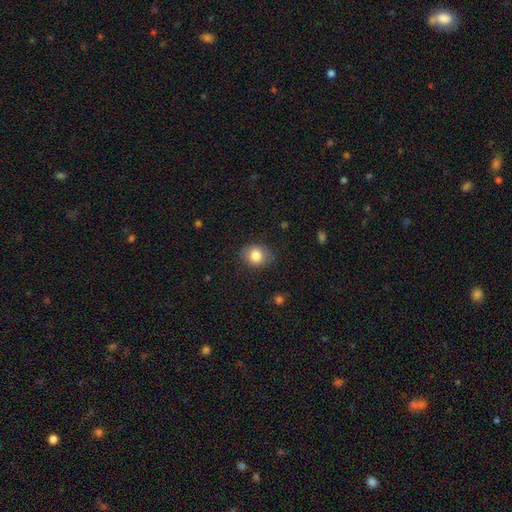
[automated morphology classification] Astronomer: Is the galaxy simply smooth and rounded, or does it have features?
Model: smooth — 83%.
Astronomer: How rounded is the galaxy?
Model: round — 55% (runner-up: in between, 44%).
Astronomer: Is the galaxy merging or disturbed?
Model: none — 81%.